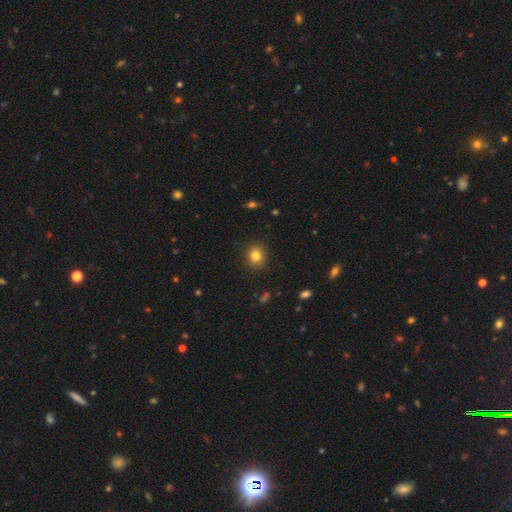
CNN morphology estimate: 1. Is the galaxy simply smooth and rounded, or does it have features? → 81% smooth, 12% star or artifact, 7% featured or disk.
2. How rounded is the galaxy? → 85% round, 14% in between, 1% cigar-shaped.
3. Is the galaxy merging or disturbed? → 91% none, 6% minor disturbance, 2% major disturbance, 1% merger.